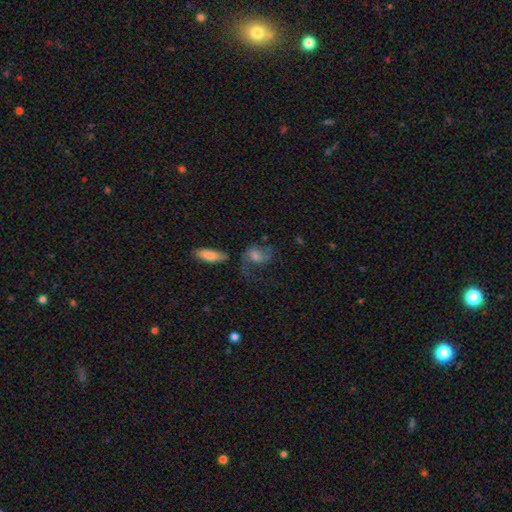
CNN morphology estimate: smooth-or-featured: featured or disk: 60% | smooth: 28% | star or artifact: 12%
  disk-edge-on: no: 95% | yes: 5%
    bar: no: 52% | weak: 38% | strong: 9%
    has-spiral-arms: yes: 86% | no: 14%
    bulge-size: moderate: 37% | small: 35% | none: 15% | large: 10% | dominant: 2%
  merging: none: 45% | major disturbance: 28% | minor disturbance: 18% | merger: 9%